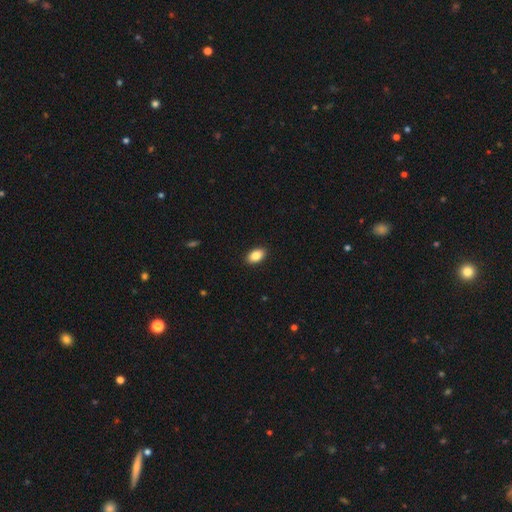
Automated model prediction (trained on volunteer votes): Smooth or featured? smooth (86%)
How rounded? in between (91%)
Merging? none (91%)